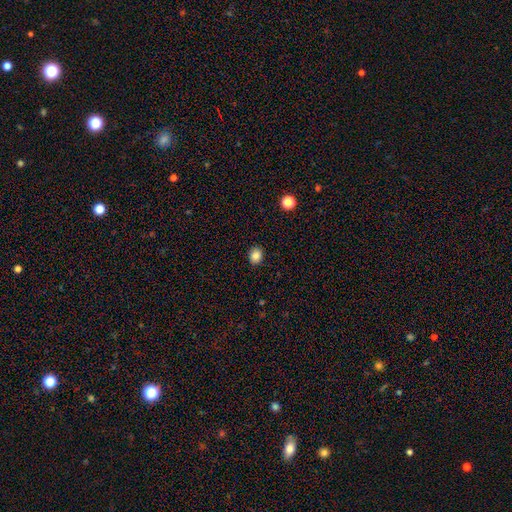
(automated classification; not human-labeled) Overall: smooth (85%). How rounded: round (57%; in between 43%). Merging: none (89%).